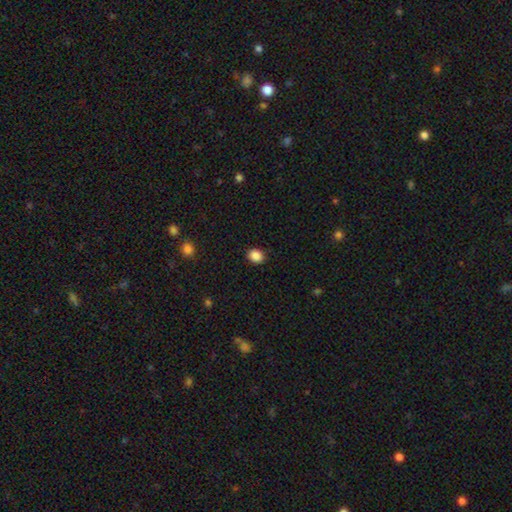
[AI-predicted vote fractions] Morphology: type=smooth (87%); roundness=round (55%); merging=none (90%).